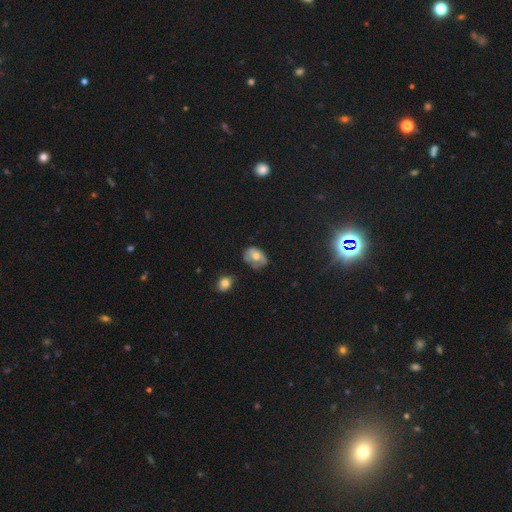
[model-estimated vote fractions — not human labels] Smooth or featured?
  - smooth: 58% *
  - featured or disk: 31%
  - star or artifact: 11%
How rounded?
  - in between: 66% *
  - round: 33%
  - cigar-shaped: 1%
Merging?
  - none: 43% *
  - minor disturbance: 36%
  - major disturbance: 17%
  - merger: 4%